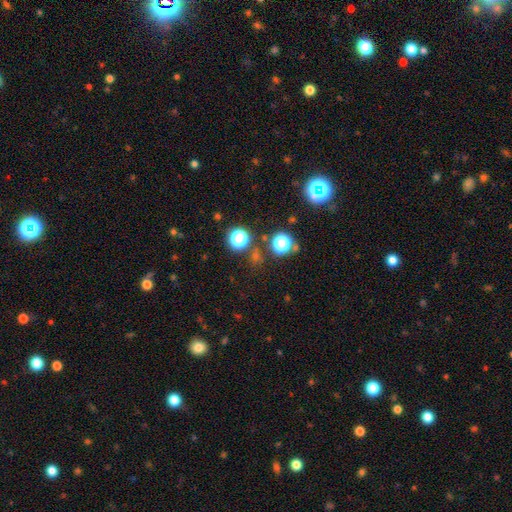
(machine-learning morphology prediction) Overall: star or artifact (54%; smooth 39%).